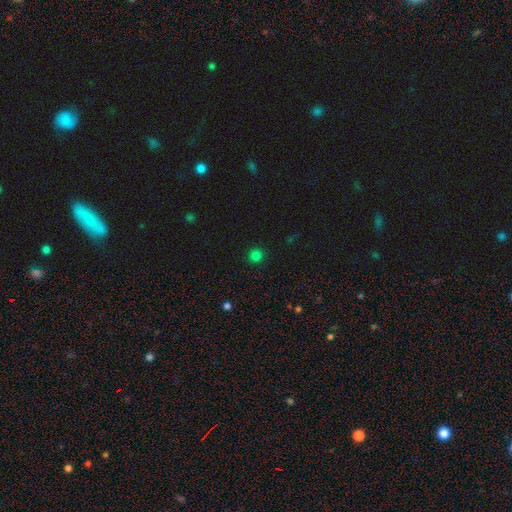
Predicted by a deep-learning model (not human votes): smooth_or_featured: smooth (p=0.80) [alt: star or artifact p=0.17]
how_rounded: round (p=0.95) [alt: in between p=0.04]
merging: none (p=0.92) [alt: minor disturbance p=0.05]